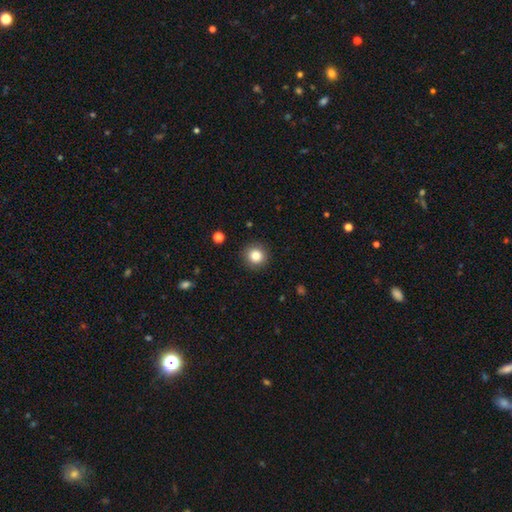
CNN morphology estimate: Q: Smooth or featured?
A: smooth (83%); runner-up: star or artifact (11%)
Q: How rounded?
A: round (94%); runner-up: in between (5%)
Q: Merging?
A: none (91%); runner-up: minor disturbance (6%)